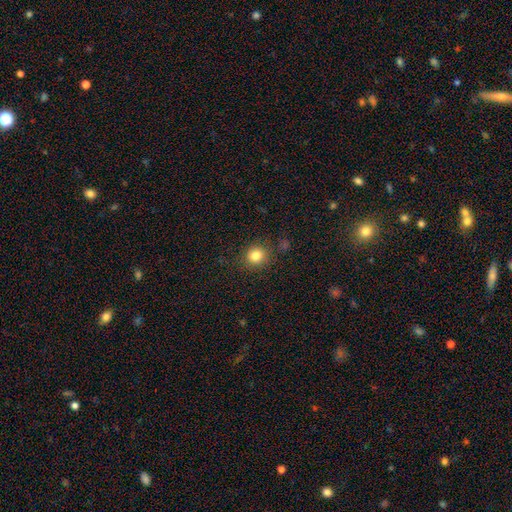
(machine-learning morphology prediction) Smooth or featured? smooth (83%)
How rounded? round (86%)
Merging? none (84%)